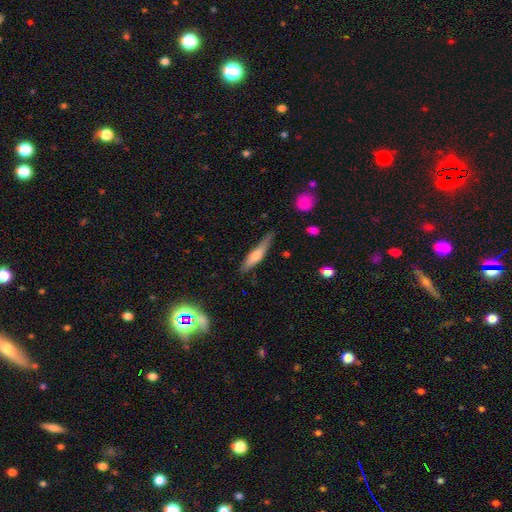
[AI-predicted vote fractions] Smooth or featured: smooth — 52% (featured or disk — 42%)
How rounded: cigar-shaped — 83% (in between — 15%)
Merging: none — 69% (minor disturbance — 23%)